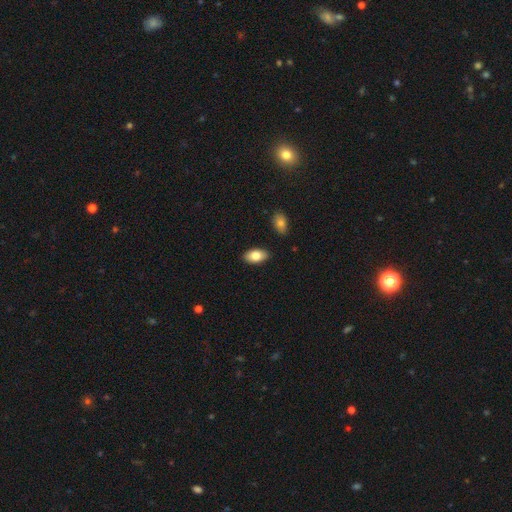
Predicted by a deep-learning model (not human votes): Q: Smooth or featured?
A: smooth (81%); runner-up: featured or disk (13%)
Q: How rounded?
A: in between (94%); runner-up: round (4%)
Q: Merging?
A: none (87%); runner-up: minor disturbance (9%)